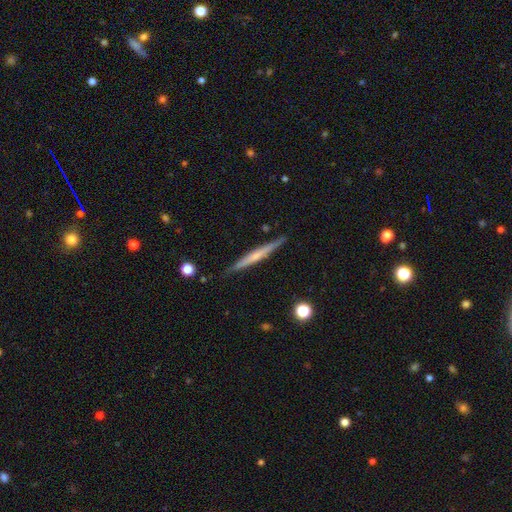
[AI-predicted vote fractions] Smooth or featured?
  - featured or disk: 57% *
  - smooth: 37%
  - star or artifact: 6%
Edge-on disk?
  - yes: 97% *
  - no: 3%
Edge-on bulge?
  - none: 55% *
  - rounded: 37%
  - boxy: 8%
Merging?
  - none: 88% *
  - minor disturbance: 9%
  - major disturbance: 2%
  - merger: 1%